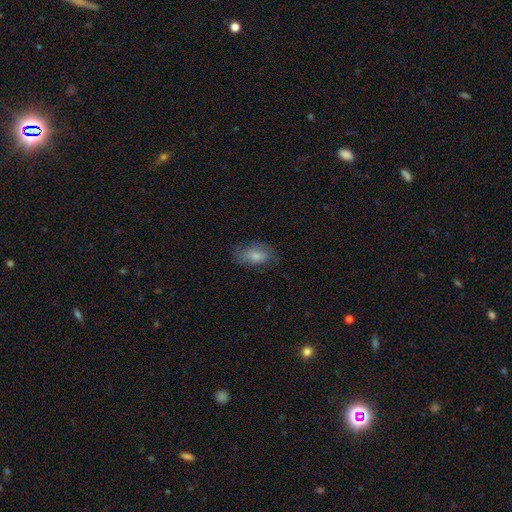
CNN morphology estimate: A smooth galaxy with no disk features (72%) that is in between round and cigar-shaped (91%). Merging: none (70%).